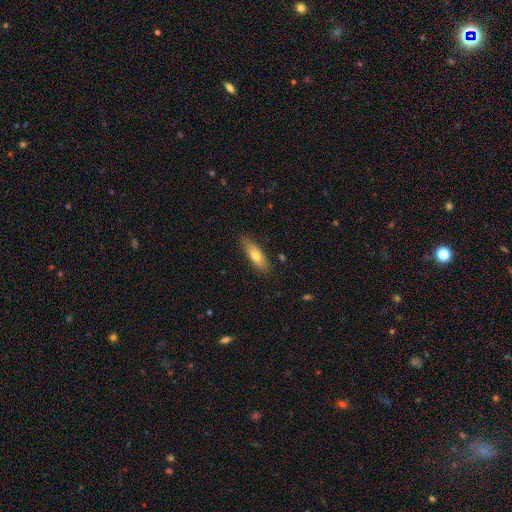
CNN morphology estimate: smooth_or_featured: smooth (p=0.70) [alt: featured or disk p=0.24]
how_rounded: in between (p=0.52) [alt: cigar-shaped p=0.45]
merging: none (p=0.81) [alt: minor disturbance p=0.15]